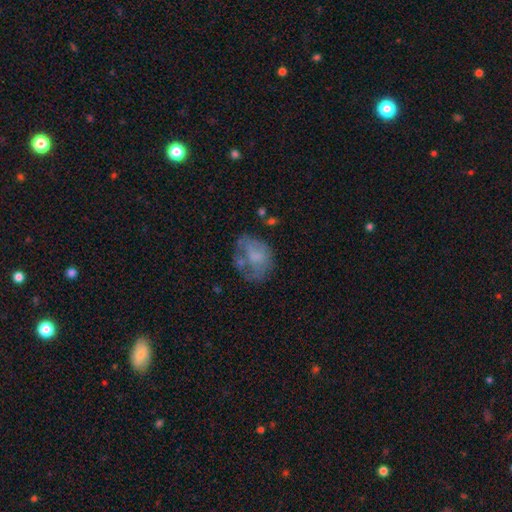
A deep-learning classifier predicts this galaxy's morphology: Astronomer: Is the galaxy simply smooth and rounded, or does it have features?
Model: smooth — 50% (runner-up: featured or disk, 40%).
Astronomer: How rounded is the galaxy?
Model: in between — 61% (runner-up: round, 38%).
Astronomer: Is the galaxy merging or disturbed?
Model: none — 42% (runner-up: minor disturbance, 25%).